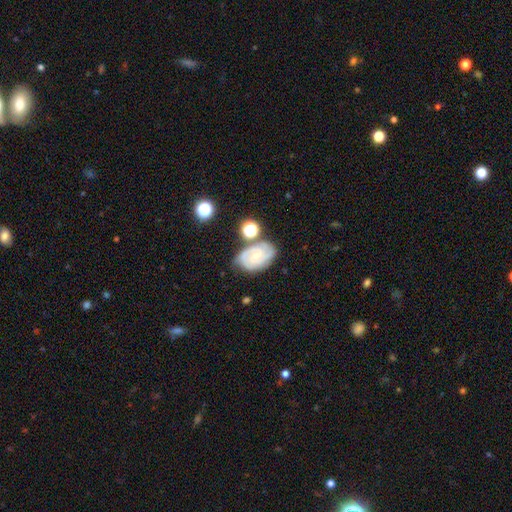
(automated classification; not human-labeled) This is likely a featured or disk galaxy (70%). It is clearly not viewed edge-on (96%). Bar: likely no (65%). Spiral arm pattern: clearly yes (90%). Spiral arm count: marginally 2 (40%). Spiral winding: possibly tight (59%). Central bulge: likely small (69%). Merging: likely none (63%).